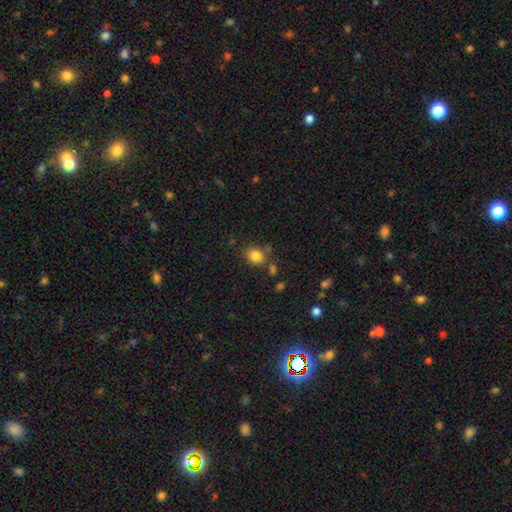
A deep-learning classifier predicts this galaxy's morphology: This is clearly a smooth galaxy (84%). How rounded: likely round (61%). Merging: likely none (71%).